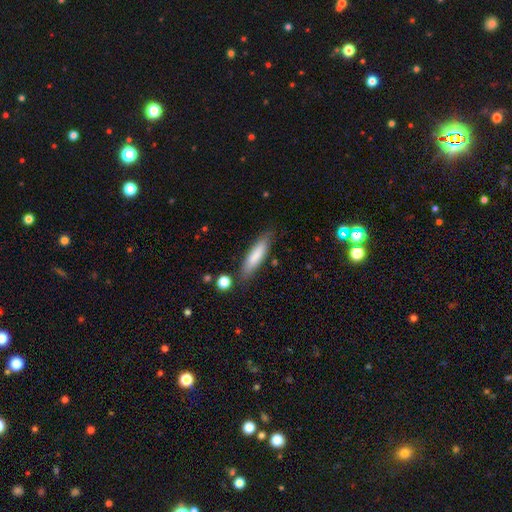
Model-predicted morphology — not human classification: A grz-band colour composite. It shows a smooth galaxy with no disk features (80%) that is cigar-shaped (72%). Merging: none (80%).